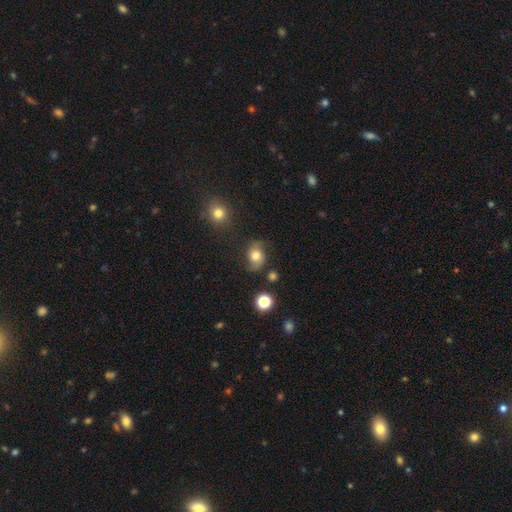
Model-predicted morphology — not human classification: The model was most divided on "how rounded": in between: 53%, round: 45%, cigar-shaped: 1%. More confident: merging — none (66%); smooth or featured — smooth (60%).